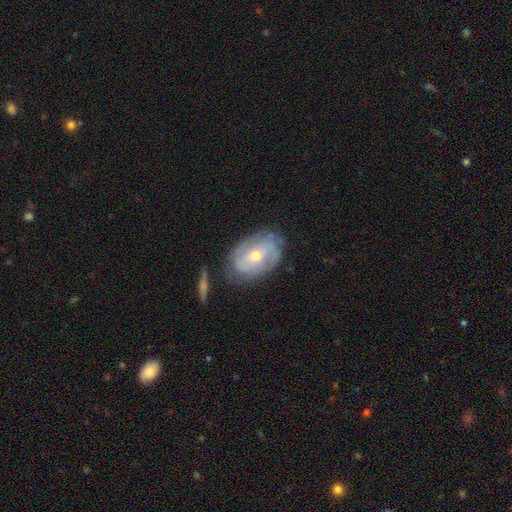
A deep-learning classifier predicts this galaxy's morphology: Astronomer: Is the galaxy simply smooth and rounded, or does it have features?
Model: featured or disk — 65%.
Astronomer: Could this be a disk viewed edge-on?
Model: no — 93%.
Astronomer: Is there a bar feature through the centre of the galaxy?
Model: no — 50% (runner-up: weak, 35%).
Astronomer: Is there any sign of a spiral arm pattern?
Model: yes — 65%.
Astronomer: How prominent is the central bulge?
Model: moderate — 59% (runner-up: small, 38%).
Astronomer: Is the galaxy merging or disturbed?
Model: none — 67%.